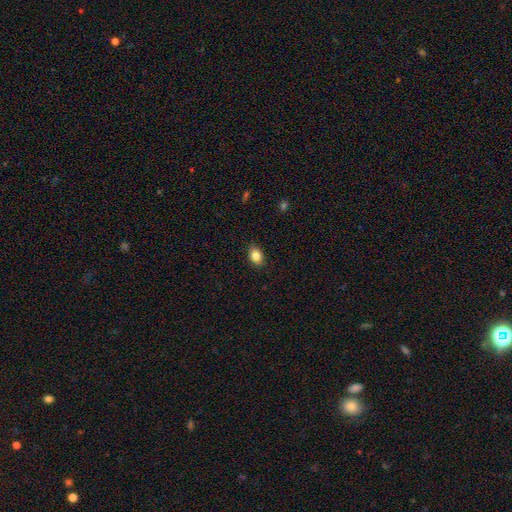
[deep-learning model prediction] smooth_or_featured: smooth (p=0.85) [alt: star or artifact p=0.09]
how_rounded: in between (p=0.74) [alt: round p=0.25]
merging: none (p=0.88) [alt: minor disturbance p=0.09]